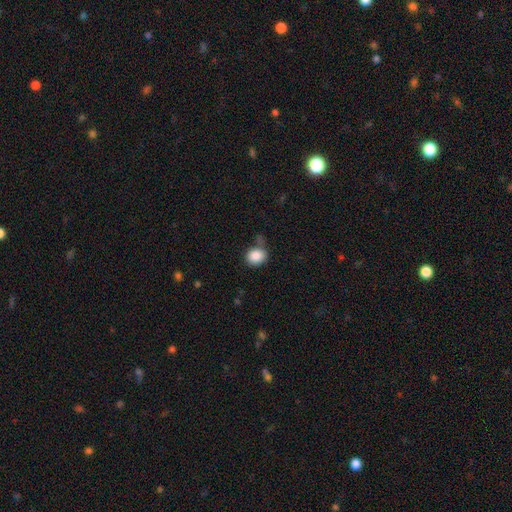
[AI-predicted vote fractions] A smooth galaxy with no disk features (87%) that is round (69%). Merging: none (69%).